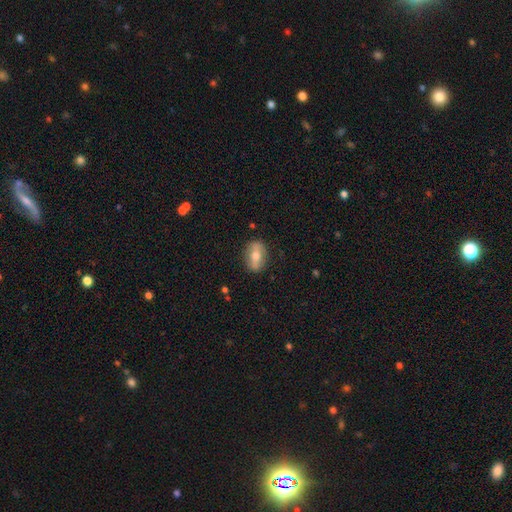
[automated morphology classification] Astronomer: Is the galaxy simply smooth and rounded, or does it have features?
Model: smooth — 52% (runner-up: featured or disk, 41%).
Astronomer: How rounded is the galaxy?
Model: in between — 75%.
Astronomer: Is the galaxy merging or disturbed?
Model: none — 84%.